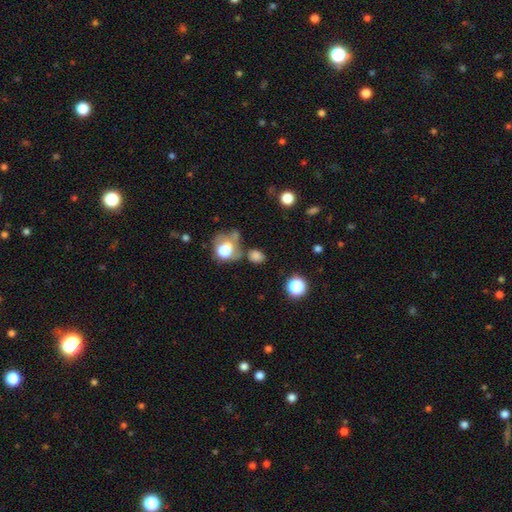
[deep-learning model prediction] smooth-or-featured: smooth: 74% | star or artifact: 17% | featured or disk: 9%
  how-rounded: round: 58% | in between: 41% | cigar-shaped: 1%
  merging: none: 57% | minor disturbance: 18% | merger: 15% | major disturbance: 11%